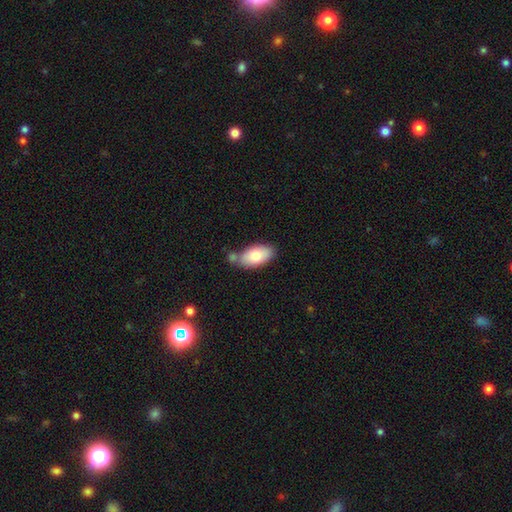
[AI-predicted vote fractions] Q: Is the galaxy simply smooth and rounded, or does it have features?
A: smooth — 76%.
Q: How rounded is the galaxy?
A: in between — 93%.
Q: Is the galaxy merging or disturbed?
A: none — 59%.